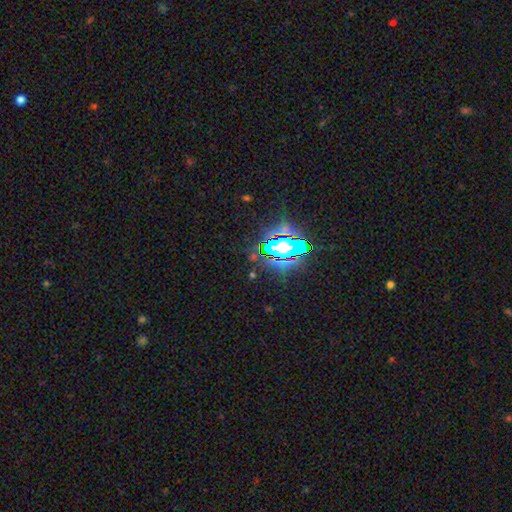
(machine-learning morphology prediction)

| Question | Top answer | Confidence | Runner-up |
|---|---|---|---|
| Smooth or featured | star or artifact | 71% | smooth (19%) |